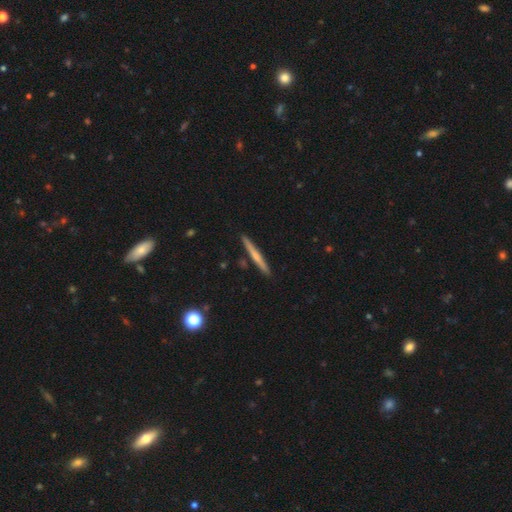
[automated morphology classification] Smooth or featured: smooth — 50% (featured or disk — 44%)
How rounded: cigar-shaped — 96% (in between — 2%)
Merging: none — 91% (minor disturbance — 6%)